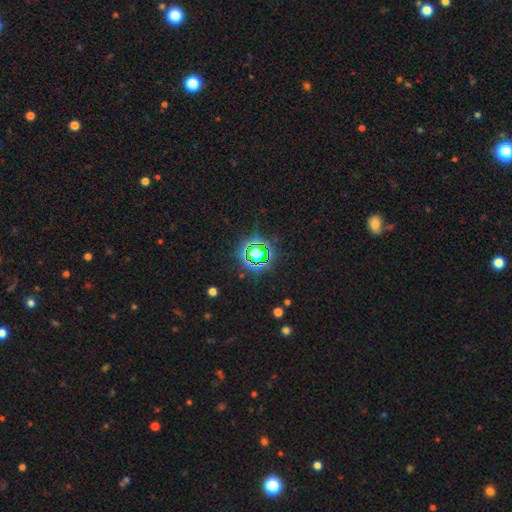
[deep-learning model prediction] The model was most divided on "smooth or featured": star or artifact: 66%, smooth: 23%, featured or disk: 11%.